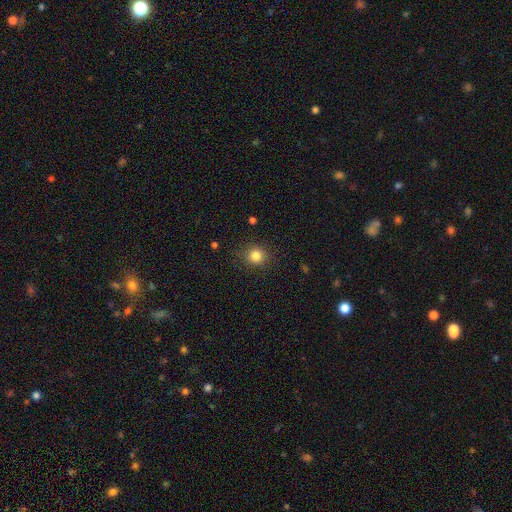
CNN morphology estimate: smooth-or-featured: smooth: 83% | star or artifact: 12% | featured or disk: 5%
  how-rounded: round: 87% | in between: 12% | cigar-shaped: 1%
  merging: none: 88% | minor disturbance: 8% | major disturbance: 3% | merger: 1%